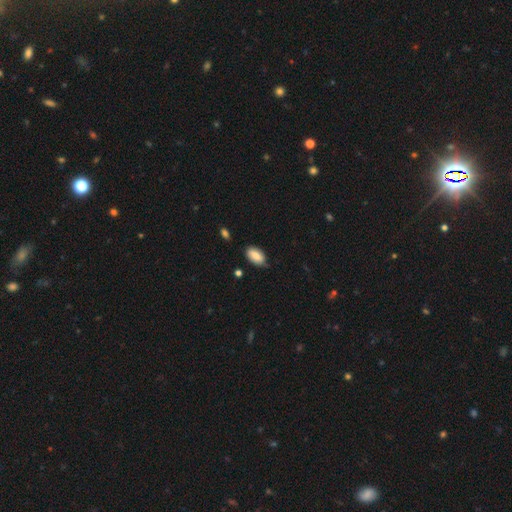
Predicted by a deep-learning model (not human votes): smooth-or-featured: smooth: 79% | featured or disk: 14% | star or artifact: 7%
  how-rounded: in between: 93% | round: 4% | cigar-shaped: 3%
  merging: none: 74% | minor disturbance: 21% | major disturbance: 3% | merger: 2%